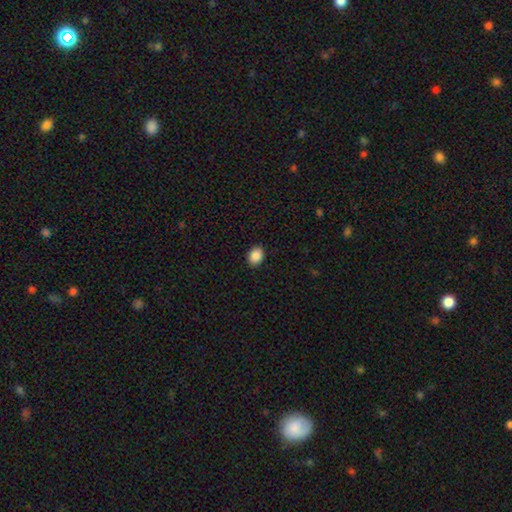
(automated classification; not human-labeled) smooth 89%, star or artifact 8%, featured or disk 3%. Down the decision tree: how rounded — in between (57%); merging — none (90%).